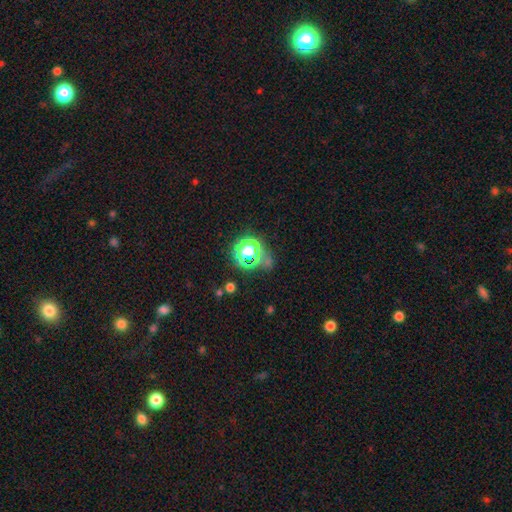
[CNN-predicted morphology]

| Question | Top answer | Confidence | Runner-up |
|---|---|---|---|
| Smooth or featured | star or artifact | 71% | smooth (22%) |